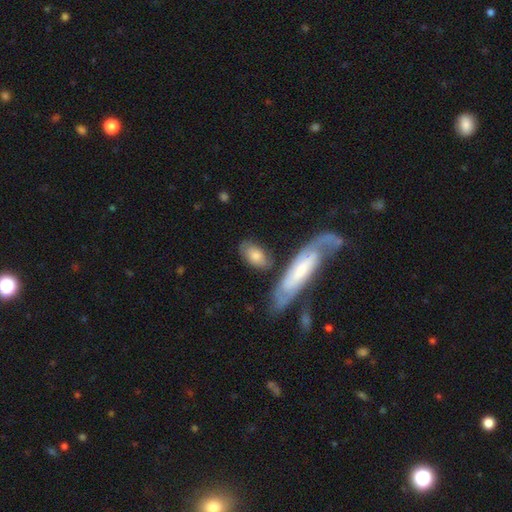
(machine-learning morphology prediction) Smooth or featured?
  - smooth: 67% *
  - featured or disk: 28%
  - star or artifact: 5%
How rounded?
  - in between: 84% *
  - cigar-shaped: 11%
  - round: 5%
Merging?
  - none: 60% *
  - minor disturbance: 18%
  - merger: 14%
  - major disturbance: 8%